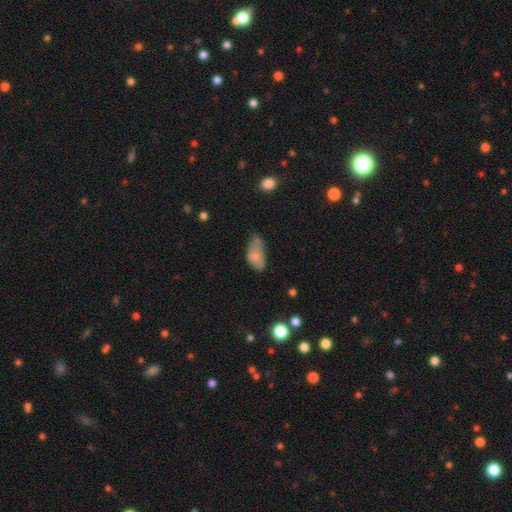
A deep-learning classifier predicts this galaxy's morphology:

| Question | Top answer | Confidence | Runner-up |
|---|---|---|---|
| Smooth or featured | smooth | 70% | featured or disk (21%) |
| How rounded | in between | 91% | round (5%) |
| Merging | minor disturbance | 40% | none (30%) |